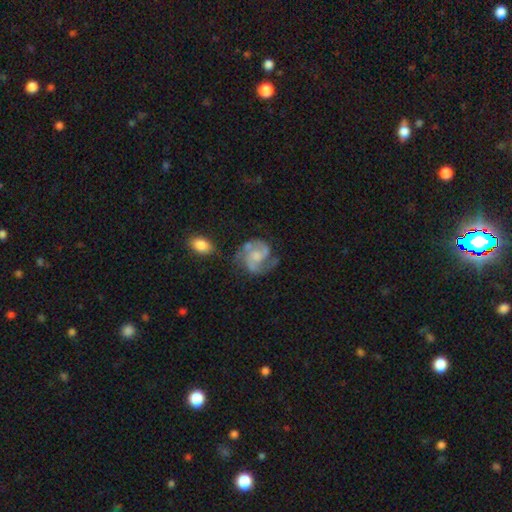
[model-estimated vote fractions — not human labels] A featured or disk galaxy (81%) with no bar (60%), 2 (78%) medium (52%) spiral arms (94%) and a moderate central bulge (36%).

Vote fractions:
- Smooth or featured? featured or disk: 81% / smooth: 13% / star or artifact: 6%
- Edge-on disk? no: 98% / yes: 2%
- Bar? no: 60% / weak: 34% / strong: 6%
- Spiral arms? yes: 94% / no: 6%
- Spiral winding? medium: 52% / tight: 29% / loose: 19%
- Spiral arm count? 2: 78% / 3: 8% / can't tell: 7% / 1: 4% / 4: 2% / more than 4: 2%
- Bulge size? moderate: 36% / small: 31% / none: 22% / large: 9% / dominant: 2%
- Merging? none: 57% / minor disturbance: 22% / major disturbance: 14% / merger: 7%